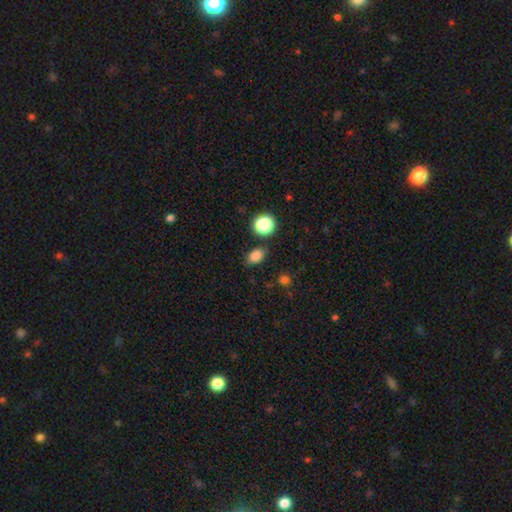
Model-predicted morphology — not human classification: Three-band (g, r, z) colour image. It shows a smooth galaxy with no disk features (82%) that is in between round and cigar-shaped (72%). Merging: none (82%).